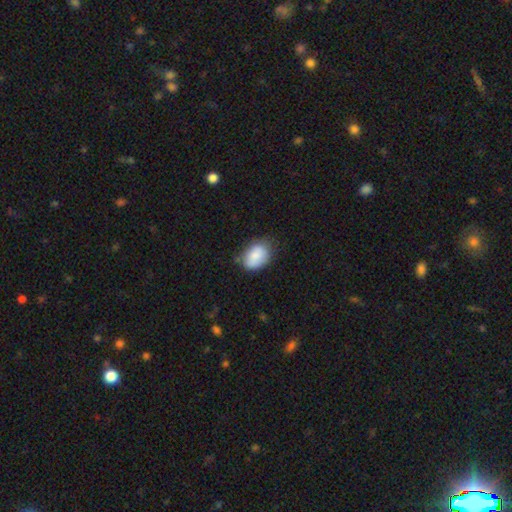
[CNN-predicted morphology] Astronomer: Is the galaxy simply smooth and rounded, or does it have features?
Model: smooth — 83%.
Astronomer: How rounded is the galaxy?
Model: in between — 81%.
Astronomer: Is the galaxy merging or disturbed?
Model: none — 60%.